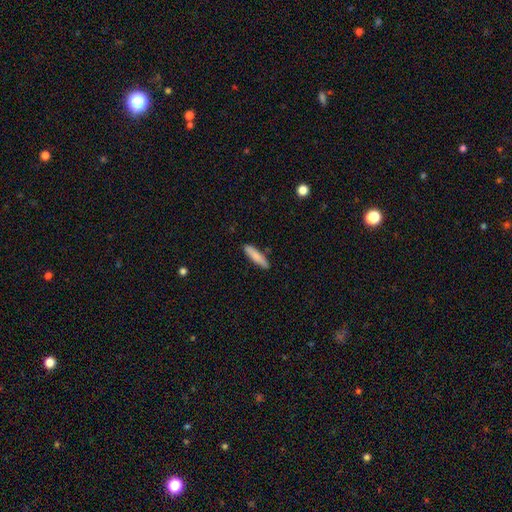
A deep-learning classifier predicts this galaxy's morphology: Overall: smooth (81%). How rounded: cigar-shaped (82%). Merging: none (86%).